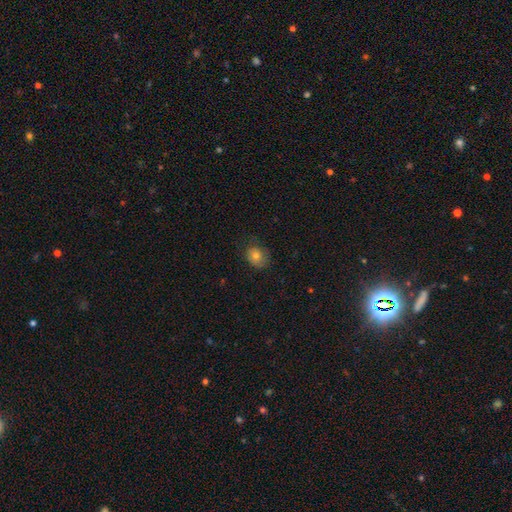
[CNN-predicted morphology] Smooth or featured? smooth (77%)
How rounded? round (63%)
Merging? none (71%)